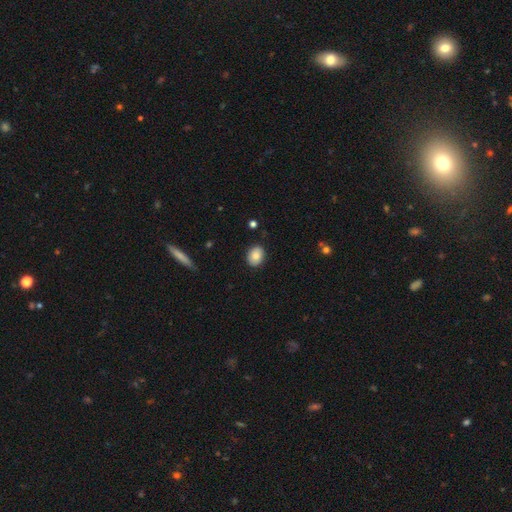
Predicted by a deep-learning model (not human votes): smooth_or_featured: smooth (p=0.84) [alt: featured or disk p=0.08]
how_rounded: in between (p=0.58) [alt: round p=0.41]
merging: none (p=0.88) [alt: minor disturbance p=0.09]